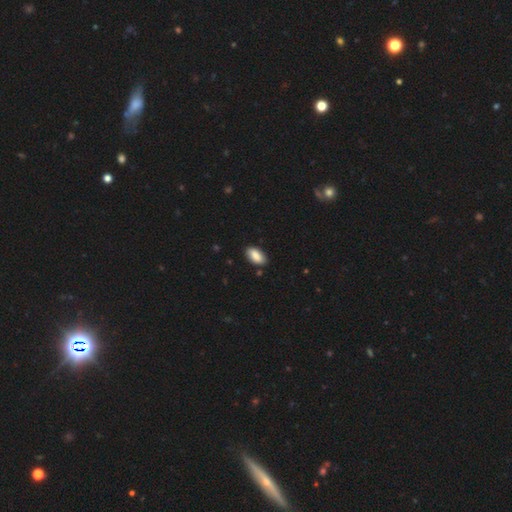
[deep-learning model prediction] Smooth or featured? smooth (87%)
How rounded? in between (94%)
Merging? none (86%)